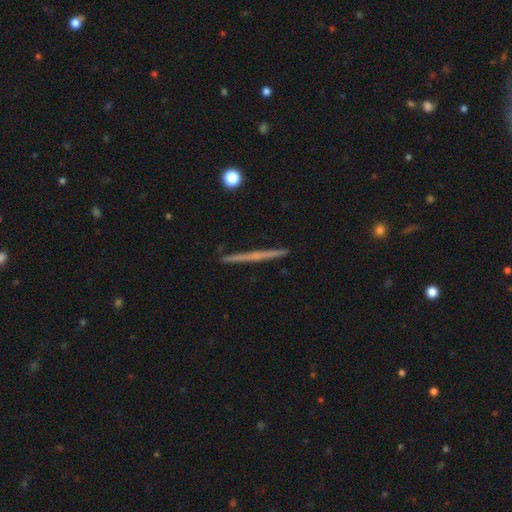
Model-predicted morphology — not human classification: featured or disk 59%, smooth 35%, star or artifact 6%. Down the decision tree: edge-on disk — yes (98%); edge-on bulge — none (81%); merging — none (92%).